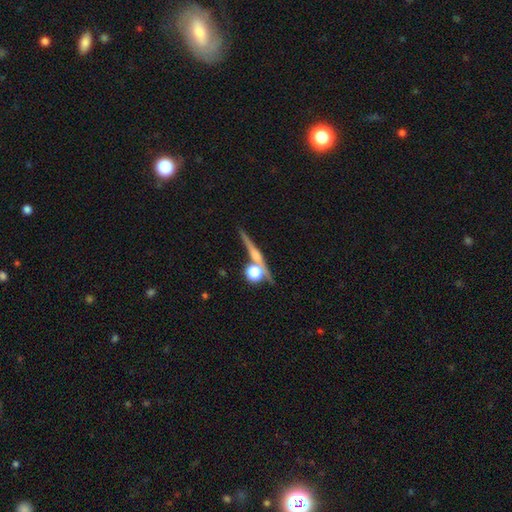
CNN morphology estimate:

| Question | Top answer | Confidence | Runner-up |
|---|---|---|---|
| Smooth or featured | featured or disk | 56% | smooth (31%) |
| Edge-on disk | yes | 91% | no (9%) |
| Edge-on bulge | rounded | 61% | none (26%) |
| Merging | none | 71% | merger (15%) |